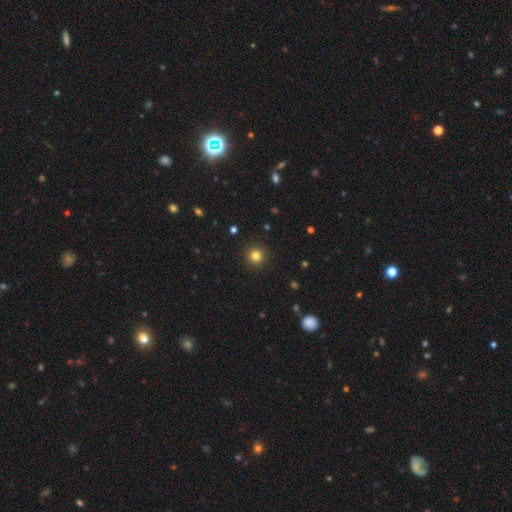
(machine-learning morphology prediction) The model was most divided on "smooth or featured": smooth: 81%, star or artifact: 14%, featured or disk: 5%. More confident: how rounded — round (95%); merging — none (92%).